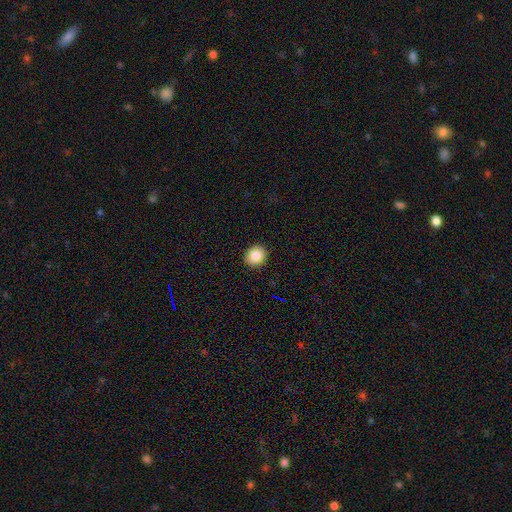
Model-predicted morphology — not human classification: Q: Smooth or featured?
A: smooth (87%); runner-up: star or artifact (9%)
Q: How rounded?
A: round (78%); runner-up: in between (21%)
Q: Merging?
A: none (92%); runner-up: minor disturbance (6%)